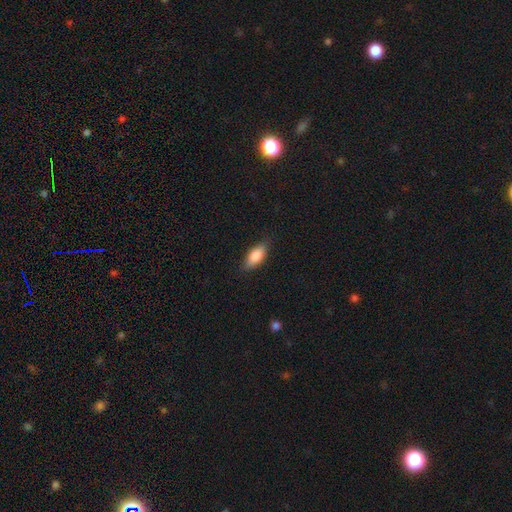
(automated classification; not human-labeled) smooth-or-featured: smooth: 82% | featured or disk: 11% | star or artifact: 7%
  how-rounded: in between: 82% | cigar-shaped: 15% | round: 3%
  merging: none: 81% | minor disturbance: 15% | major disturbance: 3% | merger: 1%